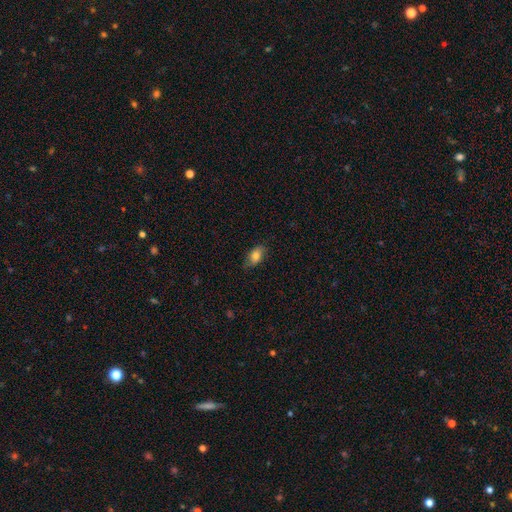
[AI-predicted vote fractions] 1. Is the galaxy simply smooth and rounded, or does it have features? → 80% smooth, 12% featured or disk, 8% star or artifact.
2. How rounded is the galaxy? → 89% in between, 8% round, 3% cigar-shaped.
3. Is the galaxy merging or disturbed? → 77% none, 19% minor disturbance, 3% major disturbance, 1% merger.